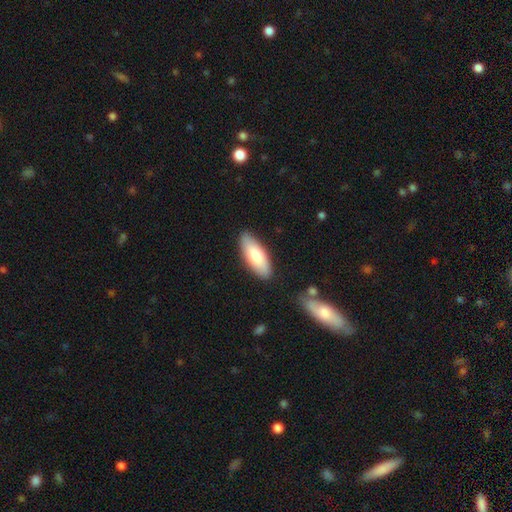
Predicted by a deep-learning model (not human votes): Smooth or featured? smooth (76%)
How rounded? in between (77%)
Merging? none (87%)